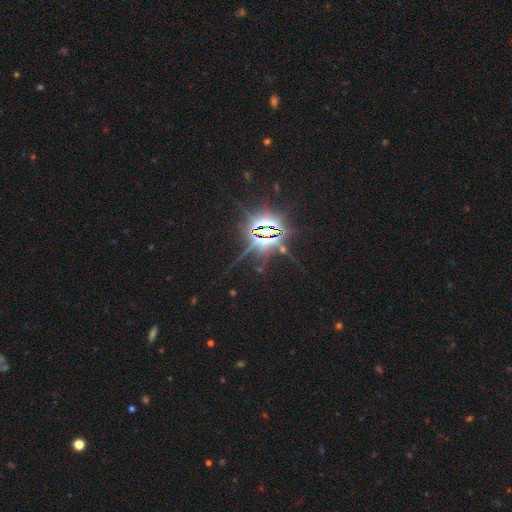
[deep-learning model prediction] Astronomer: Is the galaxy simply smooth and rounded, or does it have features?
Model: star or artifact — 87%.